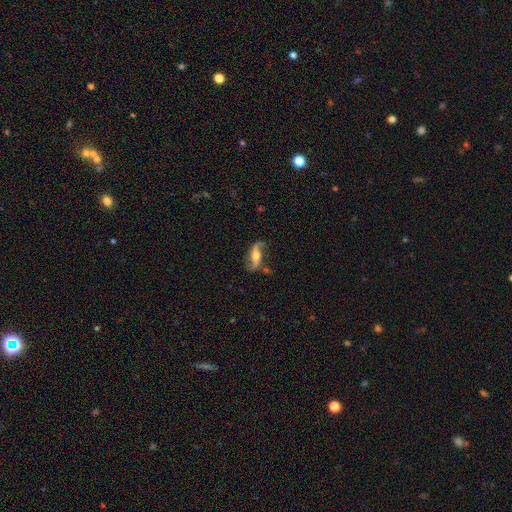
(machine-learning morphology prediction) Smooth or featured: featured or disk — 80% (smooth — 14%)
Edge-on disk: no — 86% (yes — 14%)
Bar: no — 41% (weak — 30%)
Spiral arms: yes — 93% (no — 7%)
Spiral winding: loose — 79% (medium — 16%)
Spiral arm count: 2 — 91% (1 — 4%)
Bulge size: moderate — 61% (small — 22%)
Merging: none — 69% (minor disturbance — 18%)